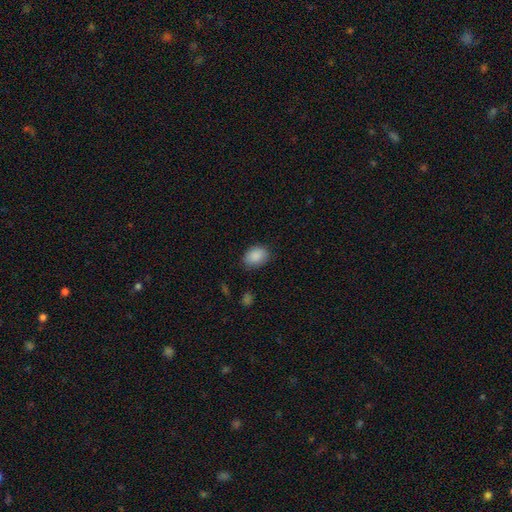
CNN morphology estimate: Overall: smooth (88%). How rounded: in between (76%). Merging: none (81%).